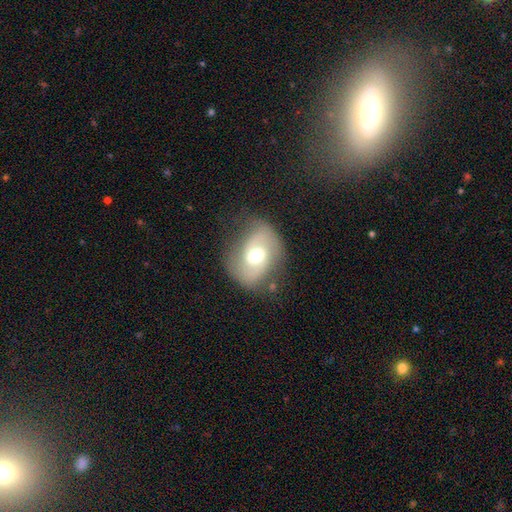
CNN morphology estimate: This is likely a featured or disk galaxy (65%). It is clearly not viewed edge-on (96%). Bar: marginally weak (44%, tied with no). Spiral arm pattern: clearly yes (84%). Spiral arm count: clearly 2 (85%). Spiral winding: marginally medium (44%). Central bulge: likely moderate (70%). Merging: likely none (64%).